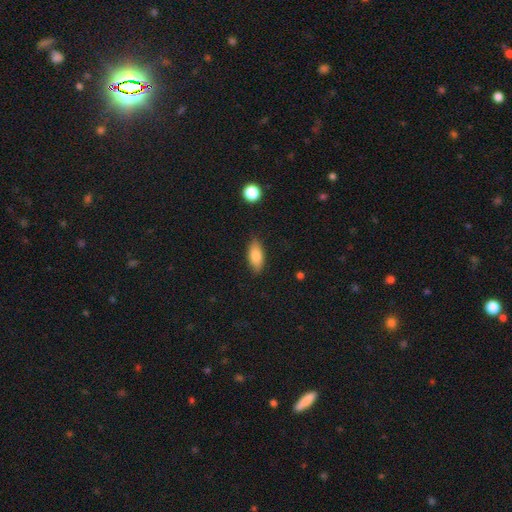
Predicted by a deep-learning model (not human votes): Smooth or featured: smooth — 82% (featured or disk — 11%)
How rounded: in between — 84% (cigar-shaped — 13%)
Merging: none — 84% (minor disturbance — 12%)